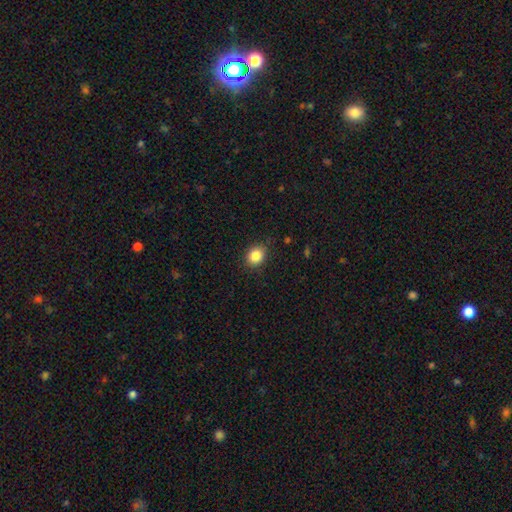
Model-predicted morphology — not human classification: Q: Smooth or featured?
A: smooth (85%); runner-up: star or artifact (10%)
Q: How rounded?
A: round (61%); runner-up: in between (38%)
Q: Merging?
A: none (84%); runner-up: minor disturbance (12%)